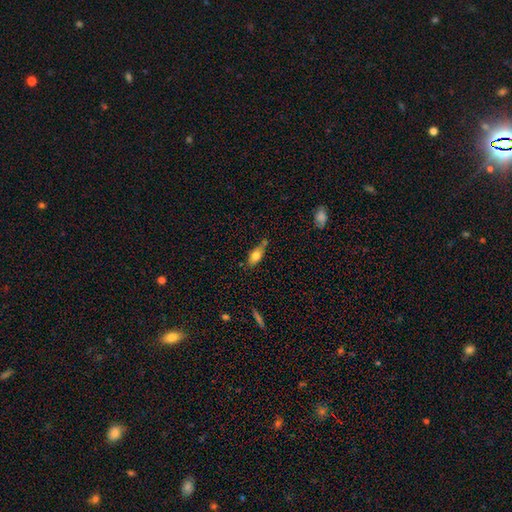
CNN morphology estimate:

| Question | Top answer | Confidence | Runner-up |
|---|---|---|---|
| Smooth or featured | smooth | 71% | featured or disk (21%) |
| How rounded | in between | 75% | cigar-shaped (19%) |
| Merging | none | 51% | minor disturbance (29%) |